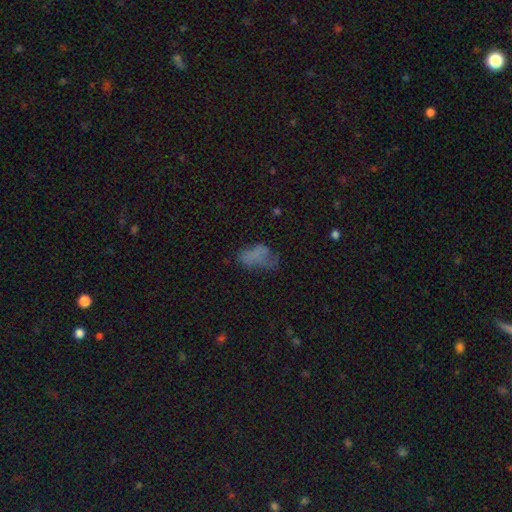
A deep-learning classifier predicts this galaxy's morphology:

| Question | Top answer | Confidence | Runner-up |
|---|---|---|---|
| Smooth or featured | smooth | 55% | featured or disk (29%) |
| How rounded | in between | 89% | round (8%) |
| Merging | major disturbance | 35% | none (32%) |